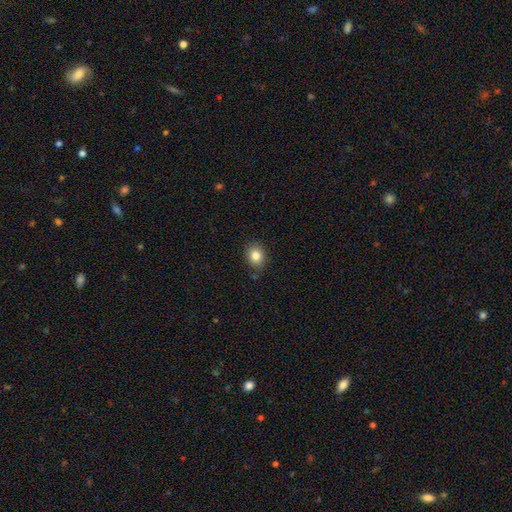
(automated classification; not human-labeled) smooth_or_featured: smooth (p=0.83) [alt: star or artifact p=0.10]
how_rounded: round (p=0.55) [alt: in between p=0.44]
merging: none (p=0.84) [alt: minor disturbance p=0.12]